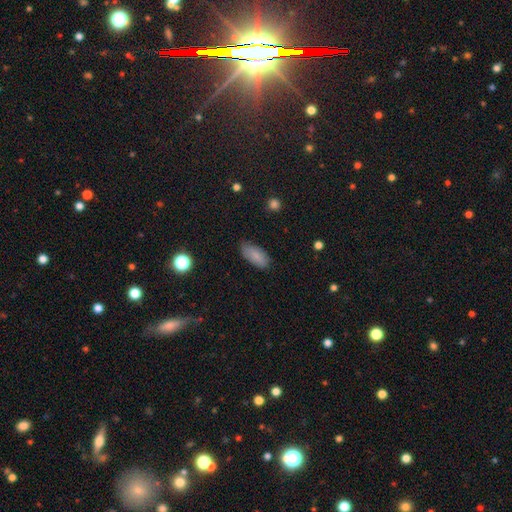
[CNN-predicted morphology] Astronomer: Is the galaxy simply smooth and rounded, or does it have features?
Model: smooth — 85%.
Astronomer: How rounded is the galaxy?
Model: in between — 89%.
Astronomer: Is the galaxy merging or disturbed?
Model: none — 78%.